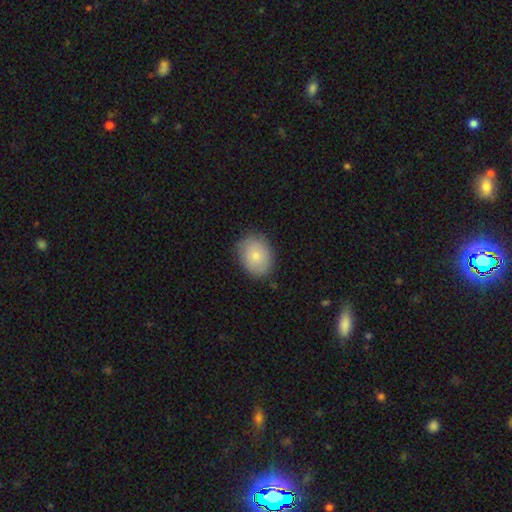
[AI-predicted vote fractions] Smooth or featured?
  - smooth: 78% *
  - featured or disk: 15%
  - star or artifact: 7%
How rounded?
  - in between: 60% *
  - round: 39%
  - cigar-shaped: 1%
Merging?
  - none: 79% *
  - minor disturbance: 16%
  - major disturbance: 3%
  - merger: 1%